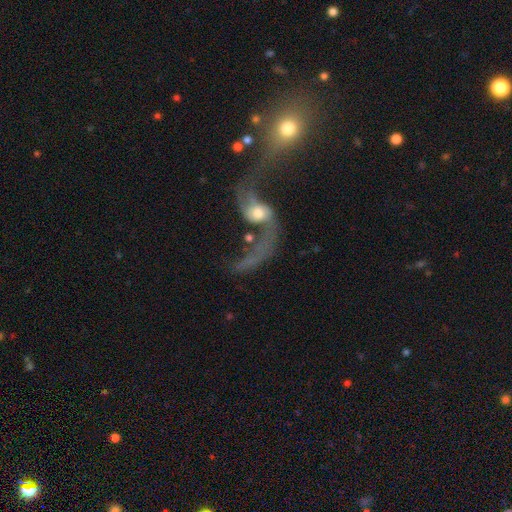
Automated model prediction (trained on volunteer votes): smooth_or_featured: featured or disk (p=0.78) [alt: smooth p=0.13]
disk_edge_on: no (p=0.95) [alt: yes p=0.05]
bar: no (p=0.56) [alt: weak p=0.32]
has_spiral_arms: yes (p=0.82) [alt: no p=0.18]
spiral_winding: loose (p=0.90) [alt: medium p=0.08]
spiral_arm_count: 2 (p=0.76) [alt: 1 p=0.17]
bulge_size: moderate (p=0.49) [alt: small p=0.36]
merging: merger (p=0.44) [alt: major disturbance p=0.25]